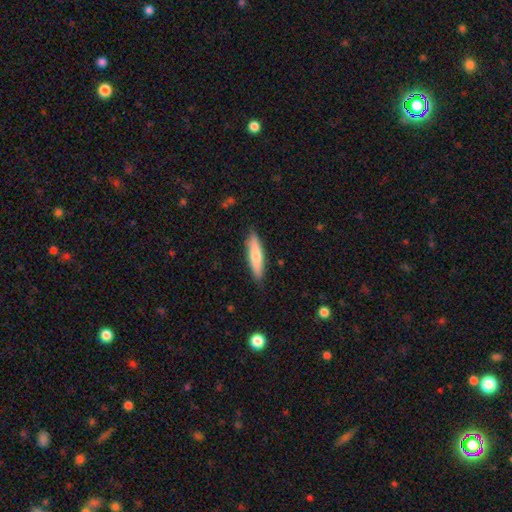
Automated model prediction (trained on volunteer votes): This is likely a smooth galaxy (65%). How rounded: likely cigar-shaped (80%). Merging: clearly none (88%).